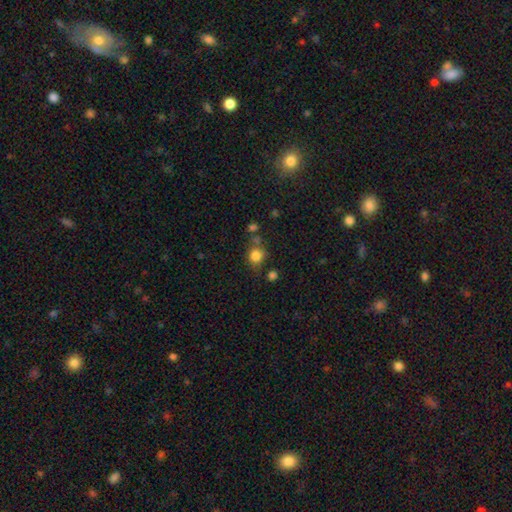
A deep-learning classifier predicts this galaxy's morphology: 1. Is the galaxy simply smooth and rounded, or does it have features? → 81% smooth, 12% star or artifact, 7% featured or disk.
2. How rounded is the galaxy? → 81% round, 18% in between, 1% cigar-shaped.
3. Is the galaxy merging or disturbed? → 64% none, 18% minor disturbance, 12% merger, 6% major disturbance.